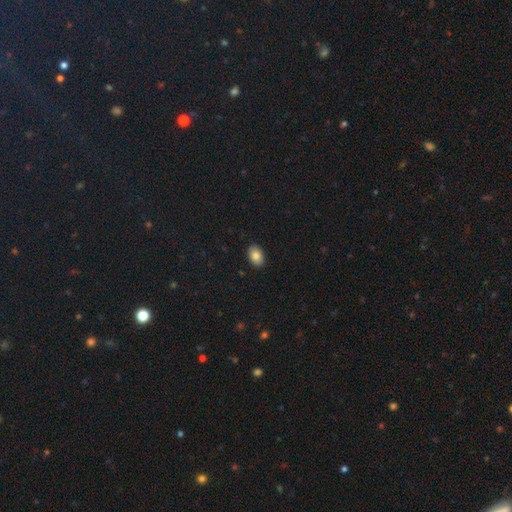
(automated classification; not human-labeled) smooth-or-featured: smooth: 85% | star or artifact: 8% | featured or disk: 7%
  how-rounded: in between: 89% | round: 10% | cigar-shaped: 1%
  merging: none: 90% | minor disturbance: 7% | major disturbance: 2% | merger: 1%